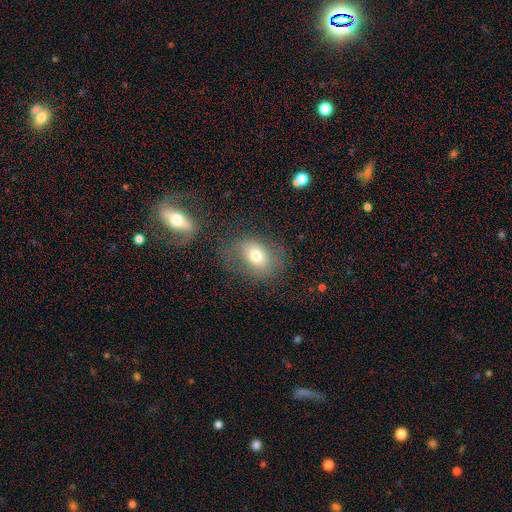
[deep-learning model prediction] smooth_or_featured: smooth (p=0.70) [alt: featured or disk p=0.19]
how_rounded: in between (p=0.65) [alt: round p=0.33]
merging: none (p=0.61) [alt: minor disturbance p=0.21]